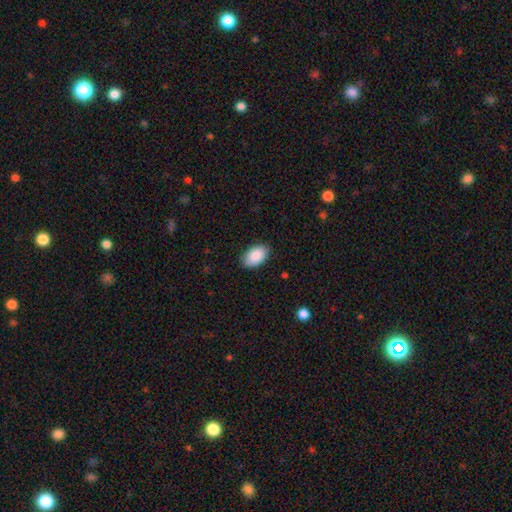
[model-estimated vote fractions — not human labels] Morphology: type=smooth (88%); roundness=in between (93%); merging=none (86%).